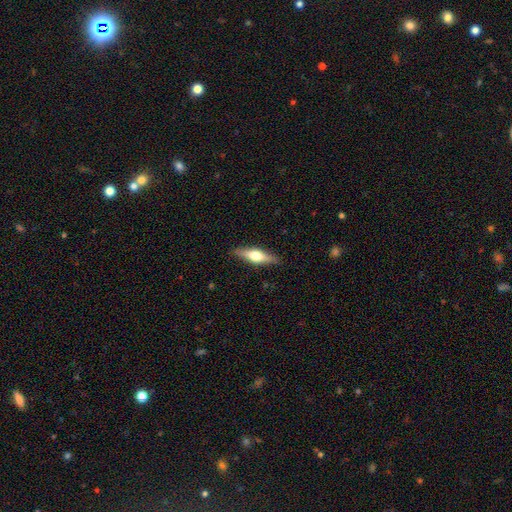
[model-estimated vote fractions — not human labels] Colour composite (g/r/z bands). It shows a featured or disk galaxy (57%) viewed edge-on (95%) with a rounded central bulge (94%). Merging: none (89%).